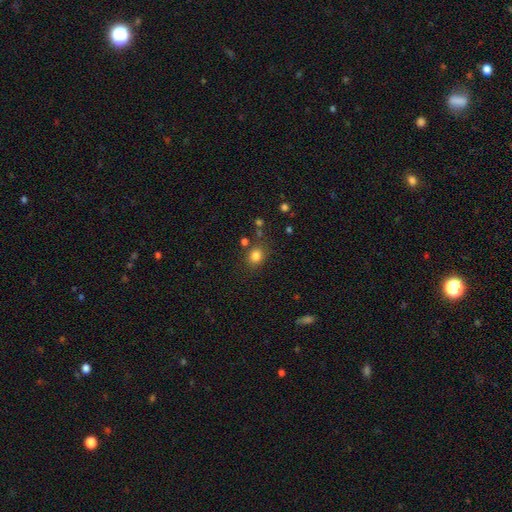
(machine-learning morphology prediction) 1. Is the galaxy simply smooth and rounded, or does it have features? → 81% smooth, 13% star or artifact, 6% featured or disk.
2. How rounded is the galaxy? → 64% round, 35% in between, 1% cigar-shaped.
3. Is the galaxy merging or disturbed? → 78% none, 12% minor disturbance, 6% merger, 4% major disturbance.